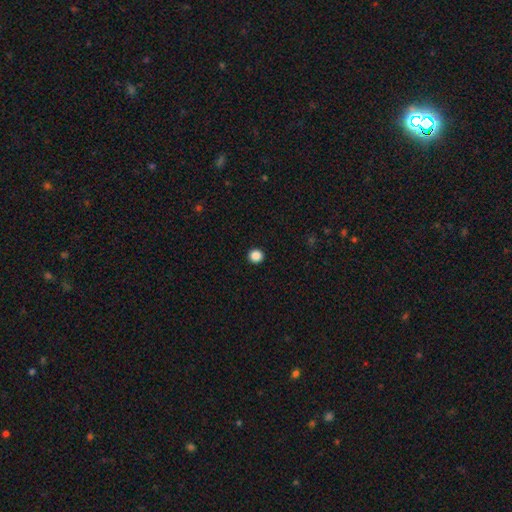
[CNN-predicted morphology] This is clearly a smooth galaxy (87%). How rounded: clearly round (94%). Merging: clearly none (94%).